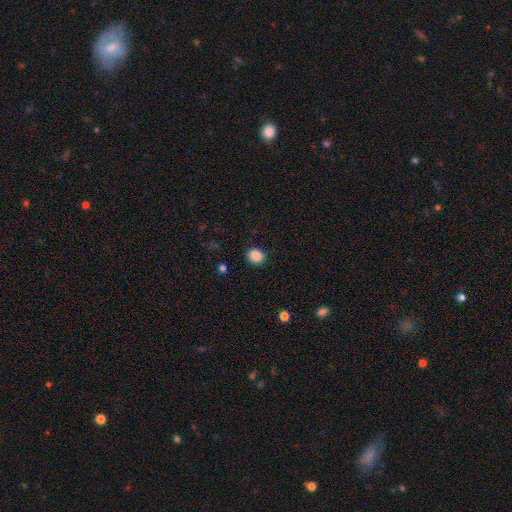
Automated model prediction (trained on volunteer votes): Morphology: type=smooth (88%); roundness=round (74%); merging=none (89%).